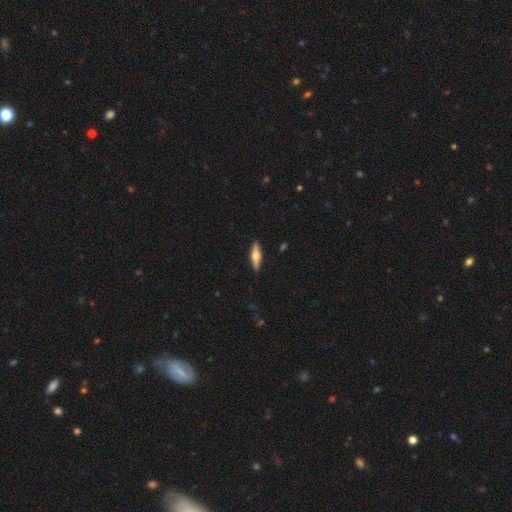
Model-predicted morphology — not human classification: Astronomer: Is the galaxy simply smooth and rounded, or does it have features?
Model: featured or disk — 54% (runner-up: smooth, 41%).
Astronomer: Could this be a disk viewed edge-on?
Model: yes — 95%.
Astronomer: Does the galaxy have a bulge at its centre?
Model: rounded — 93%.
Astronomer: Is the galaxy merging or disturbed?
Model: none — 90%.